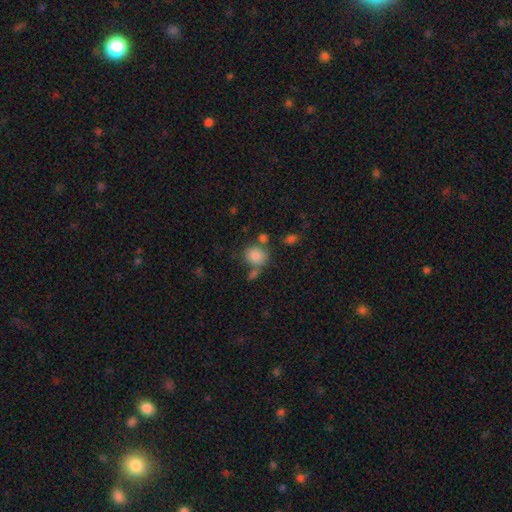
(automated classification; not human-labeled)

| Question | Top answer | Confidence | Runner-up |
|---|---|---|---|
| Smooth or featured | smooth | 84% | star or artifact (9%) |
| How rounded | round | 71% | in between (28%) |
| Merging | none | 60% | merger (20%) |